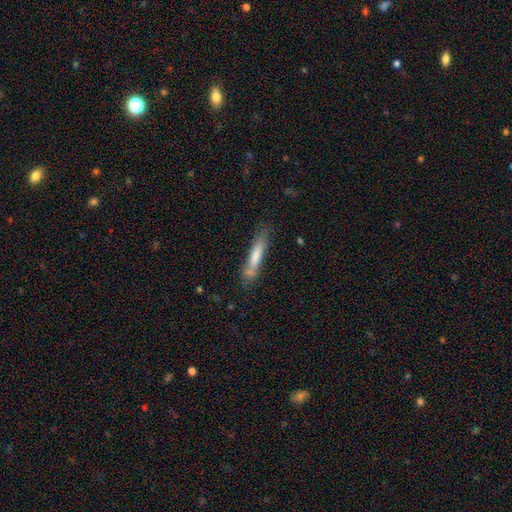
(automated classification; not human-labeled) This appears to be a smooth galaxy with no disk features (69%) that is cigar-shaped (89%). Merging: none (63%).